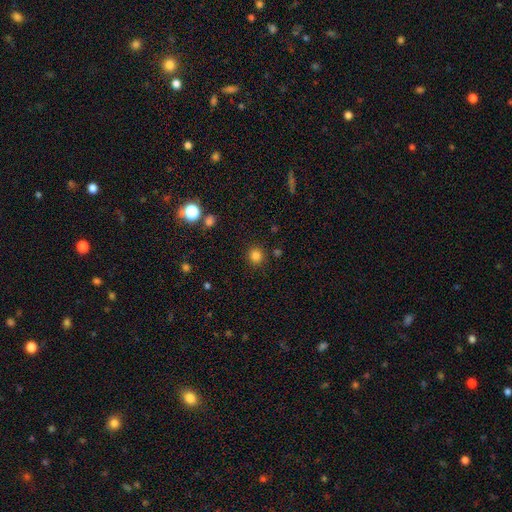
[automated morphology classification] Overall: smooth (82%). How rounded: round (90%). Merging: none (88%).